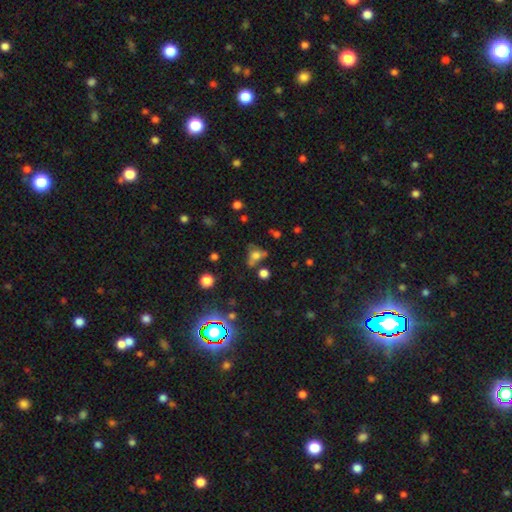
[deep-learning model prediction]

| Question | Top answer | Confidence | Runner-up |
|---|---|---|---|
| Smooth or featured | smooth | 55% | star or artifact (24%) |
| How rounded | in between | 49% | round (48%) |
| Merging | none | 42% | merger (21%) |